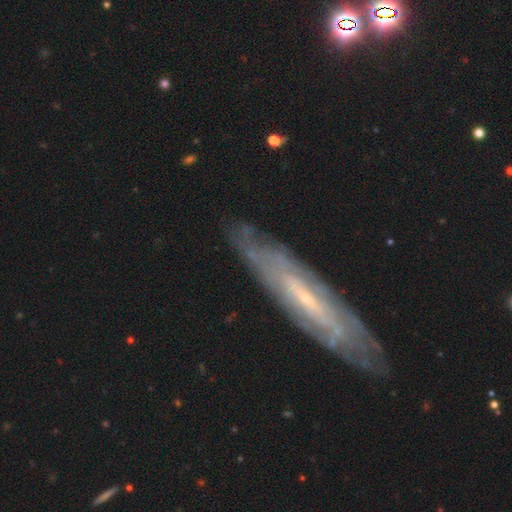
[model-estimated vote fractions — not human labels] smooth_or_featured: featured or disk (p=0.77) [alt: smooth p=0.16]
disk_edge_on: no (p=0.65) [alt: yes p=0.35]
bar: no (p=0.44) [alt: weak p=0.39]
has_spiral_arms: yes (p=0.84) [alt: no p=0.16]
bulge_size: small (p=0.74) [alt: moderate p=0.19]
merging: none (p=0.79) [alt: minor disturbance p=0.14]